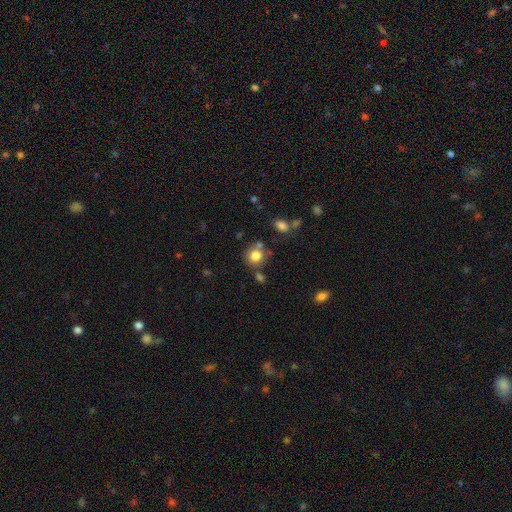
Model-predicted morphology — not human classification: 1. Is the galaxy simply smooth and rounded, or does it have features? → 81% smooth, 11% star or artifact, 8% featured or disk.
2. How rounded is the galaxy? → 86% round, 13% in between, 1% cigar-shaped.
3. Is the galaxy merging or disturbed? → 69% none, 14% merger, 12% minor disturbance, 4% major disturbance.